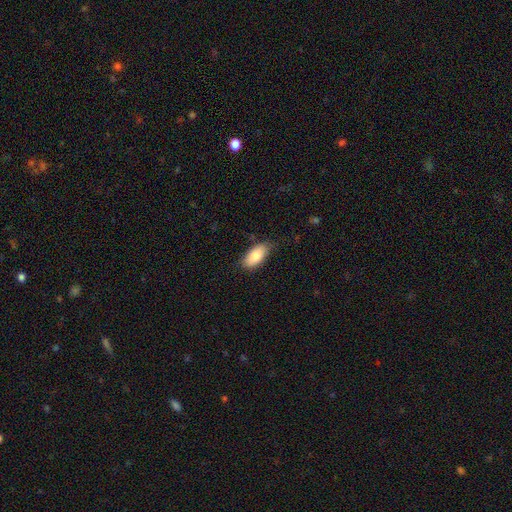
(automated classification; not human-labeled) Morphology: type=smooth (81%); roundness=in between (91%); merging=none (77%).